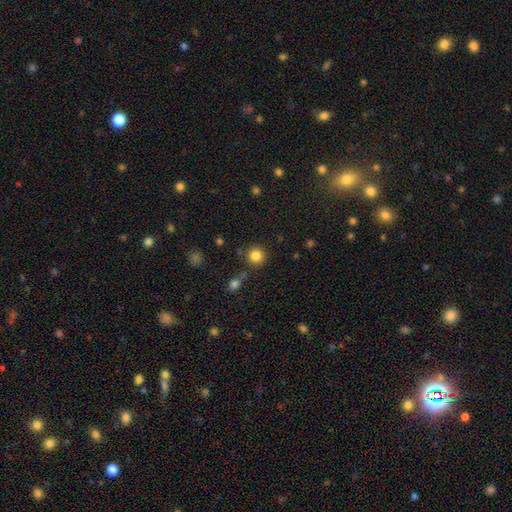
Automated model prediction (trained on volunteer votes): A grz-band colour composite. It shows a smooth galaxy with no disk features (84%) that is round (94%). Merging: none (85%).